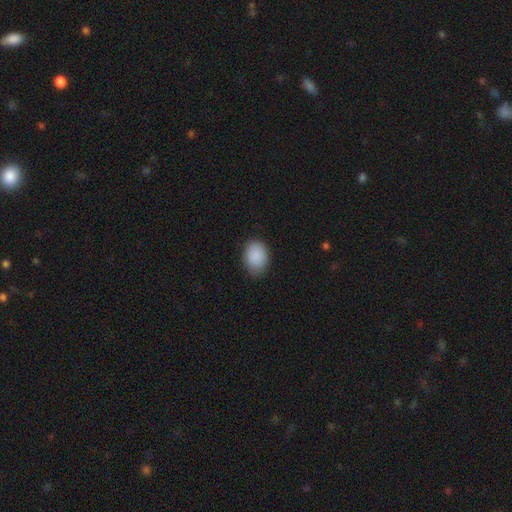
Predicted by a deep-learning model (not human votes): A smooth galaxy with no disk features (89%) that is in between round and cigar-shaped (68%). Merging: none (80%).